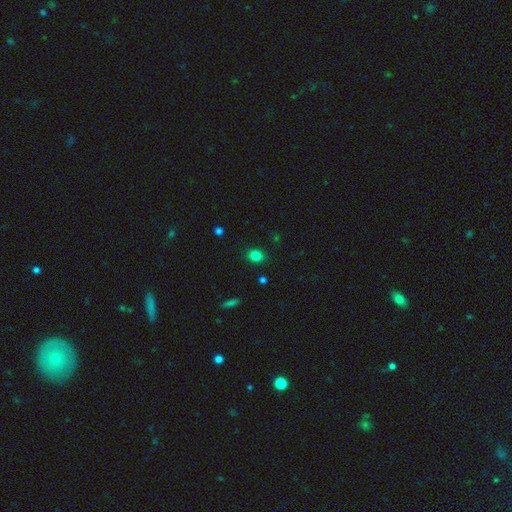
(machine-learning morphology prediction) smooth 82%, star or artifact 12%, featured or disk 5%. Down the decision tree: how rounded — in between (51%); merging — none (86%).